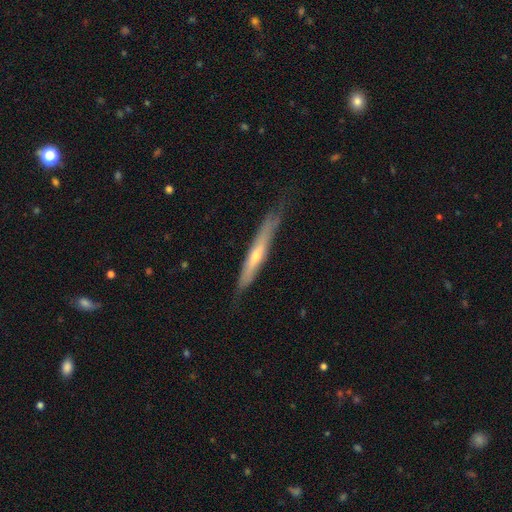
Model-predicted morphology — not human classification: Smooth or featured?
  - featured or disk: 63% *
  - smooth: 30%
  - star or artifact: 7%
Edge-on disk?
  - yes: 91% *
  - no: 9%
Edge-on bulge?
  - rounded: 73% *
  - none: 24%
  - boxy: 3%
Merging?
  - none: 77% *
  - minor disturbance: 19%
  - major disturbance: 3%
  - merger: 1%